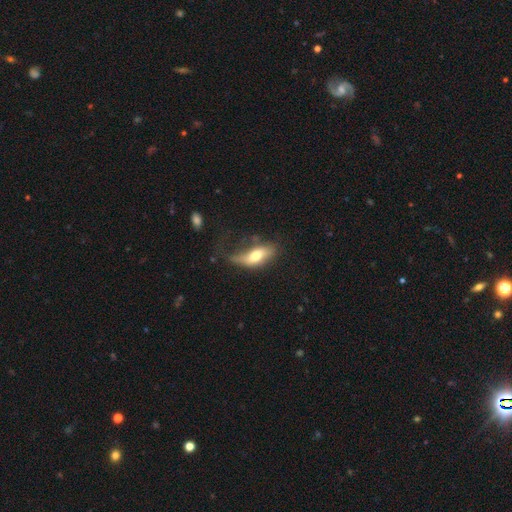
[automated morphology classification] Smooth or featured: smooth — 63% (featured or disk — 30%)
How rounded: in between — 78% (cigar-shaped — 18%)
Merging: major disturbance — 33% (none — 32%)